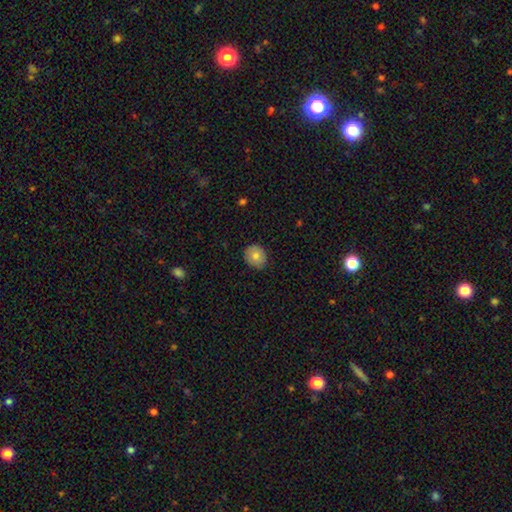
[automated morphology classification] Smooth or featured: smooth — 76% (featured or disk — 16%)
How rounded: round — 79% (in between — 21%)
Merging: none — 86% (minor disturbance — 11%)